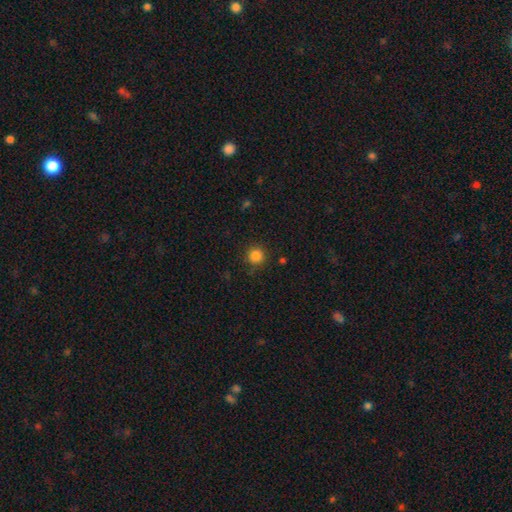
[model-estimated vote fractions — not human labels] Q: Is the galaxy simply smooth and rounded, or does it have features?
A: smooth — 84%.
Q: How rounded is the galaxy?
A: round — 94%.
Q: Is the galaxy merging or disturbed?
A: none — 87%.